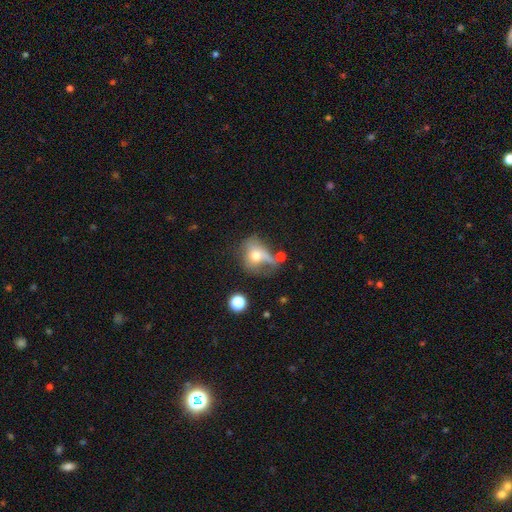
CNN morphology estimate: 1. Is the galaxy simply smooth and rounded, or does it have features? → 58% smooth, 30% featured or disk, 12% star or artifact.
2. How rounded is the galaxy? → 49% round (tied), 49% in between (tied), 2% cigar-shaped.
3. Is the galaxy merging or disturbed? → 33% major disturbance, 28% none, 23% minor disturbance, 17% merger.